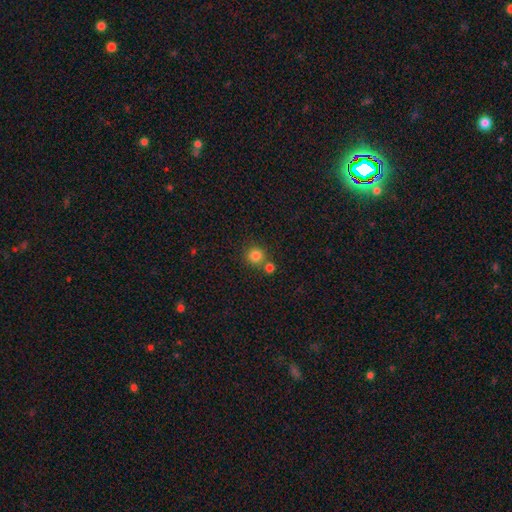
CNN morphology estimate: smooth_or_featured: smooth (p=0.82) [alt: star or artifact p=0.13]
how_rounded: round (p=0.92) [alt: in between p=0.07]
merging: none (p=0.69) [alt: merger p=0.21]